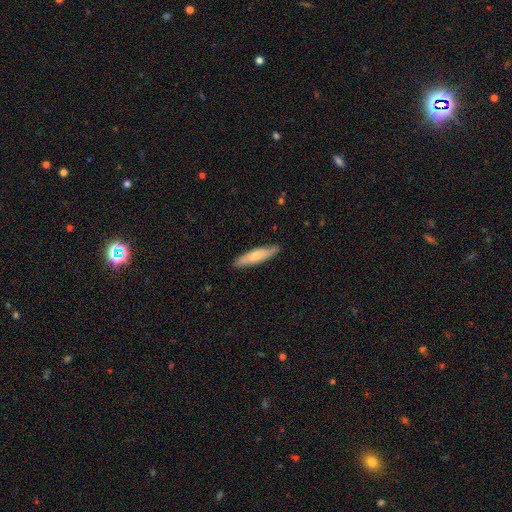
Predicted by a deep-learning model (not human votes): smooth-or-featured: smooth: 67% | featured or disk: 27% | star or artifact: 5%
  how-rounded: cigar-shaped: 78% | in between: 21% | round: 1%
  merging: none: 82% | minor disturbance: 14% | major disturbance: 2% | merger: 1%